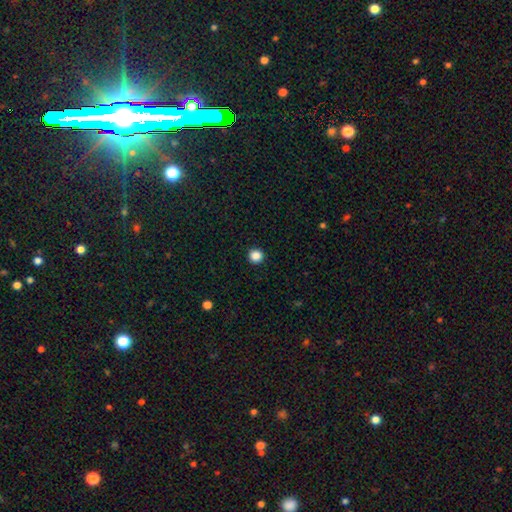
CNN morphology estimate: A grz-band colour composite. It shows a smooth galaxy with no disk features (87%) that is round (95%). Merging: none (94%).